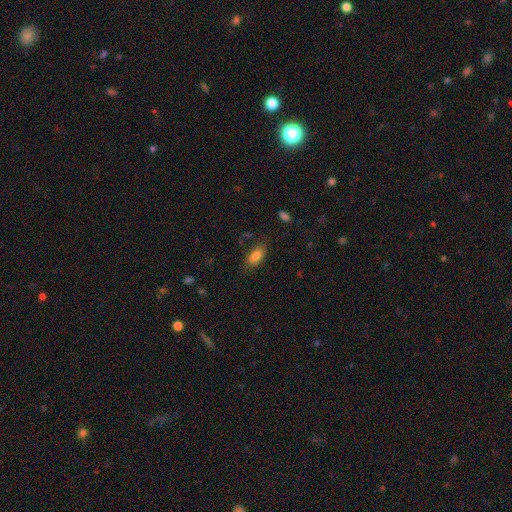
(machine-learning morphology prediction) Q: Smooth or featured?
A: smooth (83%); runner-up: star or artifact (8%)
Q: How rounded?
A: in between (87%); runner-up: cigar-shaped (9%)
Q: Merging?
A: none (78%); runner-up: minor disturbance (15%)